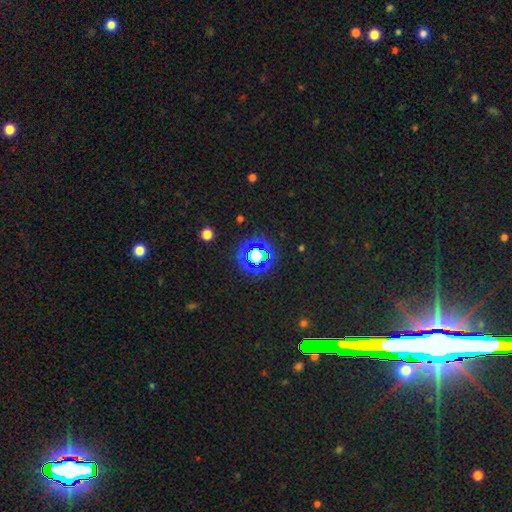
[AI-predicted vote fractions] This appears to be a star or artifact, not a galaxy (68%).